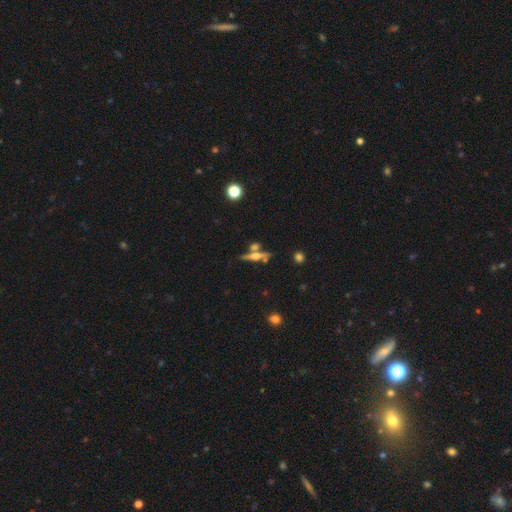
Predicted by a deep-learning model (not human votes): Overall: featured or disk (66%). Edge-on disk: yes (94%). Edge-on bulge: rounded (88%). Merging: none (66%).